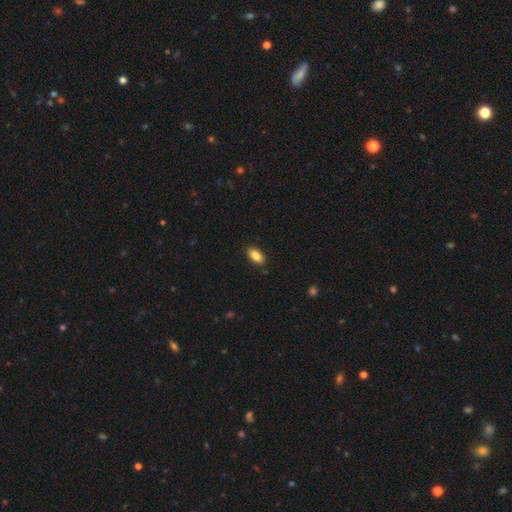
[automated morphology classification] type=smooth (87%); roundness=in between (92%); merging=none (87%).